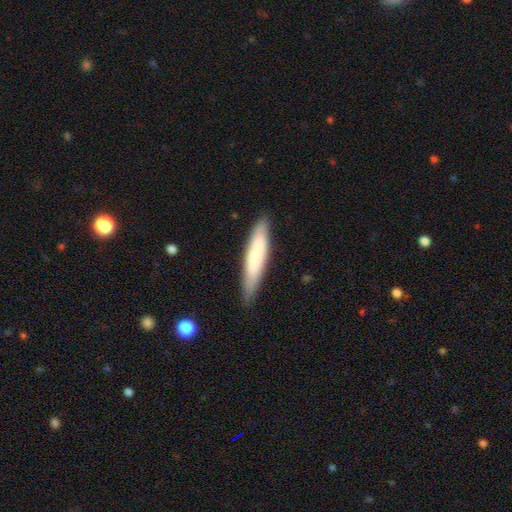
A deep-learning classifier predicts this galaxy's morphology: This appears to be a smooth galaxy with no disk features (71%) that is cigar-shaped (83%). Merging: none (82%).